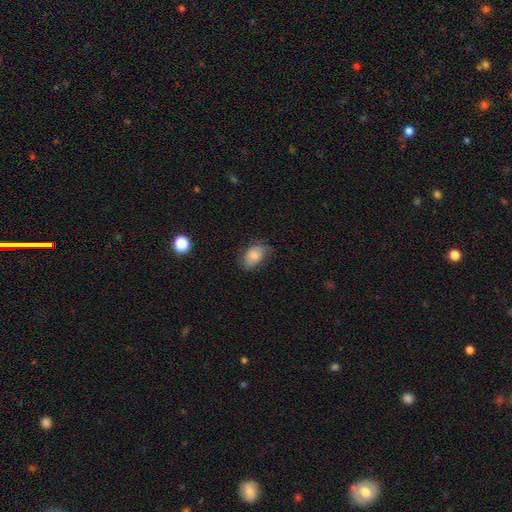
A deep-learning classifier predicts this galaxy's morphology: smooth 64%, featured or disk 23%, star or artifact 13%. Down the decision tree: how rounded — in between (83%); merging — none (71%).